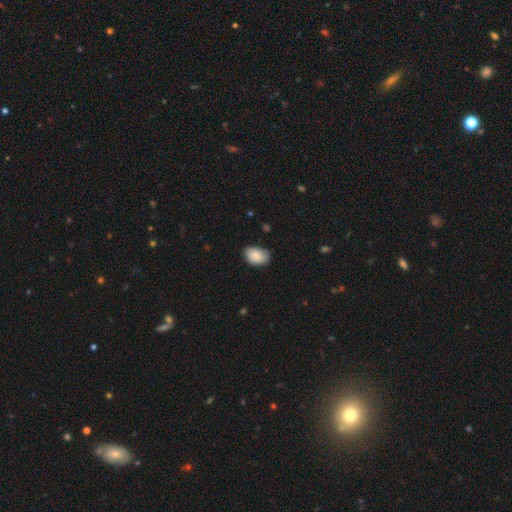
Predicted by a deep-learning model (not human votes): Smooth or featured: smooth — 86% (featured or disk — 7%)
How rounded: in between — 86% (round — 13%)
Merging: none — 75% (minor disturbance — 20%)